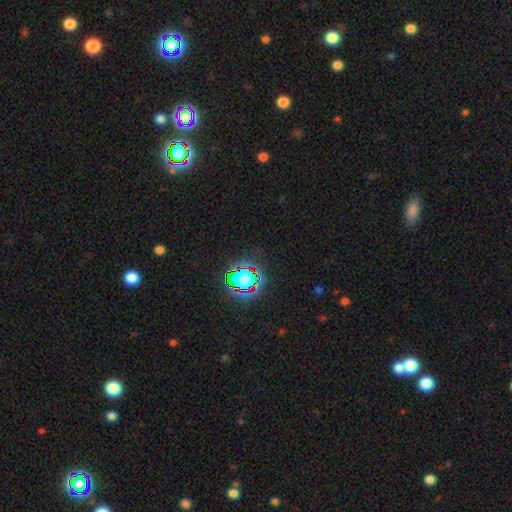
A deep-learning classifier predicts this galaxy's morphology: This is likely a star or artifact rather than a galaxy (80%).